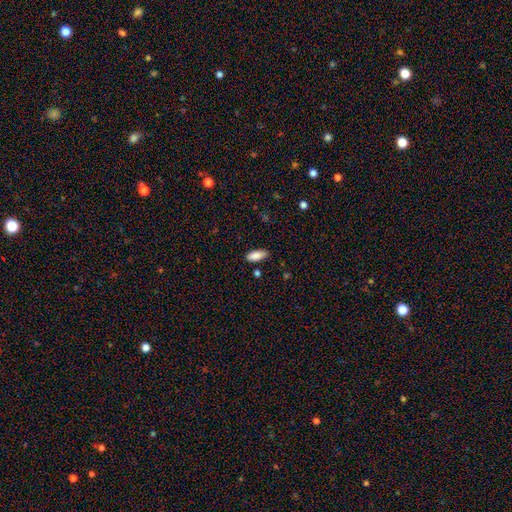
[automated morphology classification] Smooth or featured: smooth — 88% (star or artifact — 7%)
How rounded: in between — 82% (cigar-shaped — 16%)
Merging: none — 82% (minor disturbance — 13%)